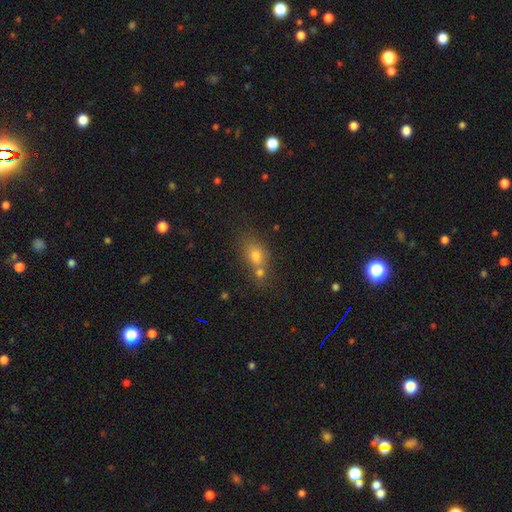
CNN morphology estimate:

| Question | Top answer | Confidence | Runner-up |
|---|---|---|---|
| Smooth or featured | smooth | 70% | star or artifact (17%) |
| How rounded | in between | 56% | round (41%) |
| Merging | none | 43% | merger (41%) |